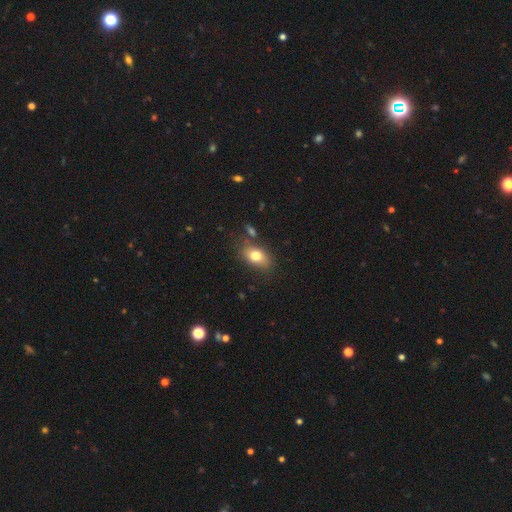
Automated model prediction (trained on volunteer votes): A smooth galaxy with no disk features (78%) that is in between round and cigar-shaped (82%).

Vote fractions:
- Smooth or featured? smooth: 78% / featured or disk: 13% / star or artifact: 9%
- How rounded? in between: 82% / round: 16% / cigar-shaped: 2%
- Merging? none: 71% / minor disturbance: 16% / merger: 7% / major disturbance: 5%